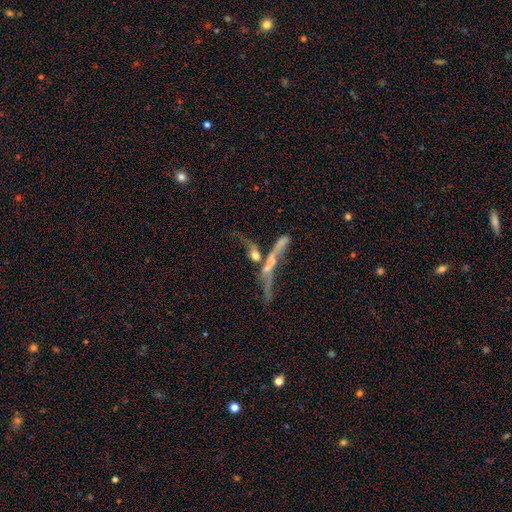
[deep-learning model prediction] Overall: featured or disk (56%; smooth 31%). Edge-on disk: no (63%; yes 37%). Merging: merger (53%; major disturbance 19%).